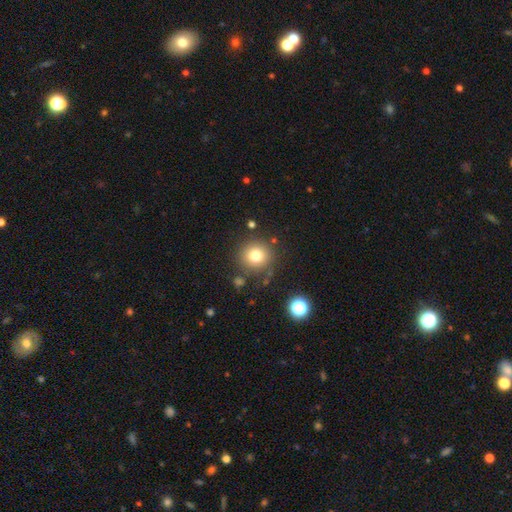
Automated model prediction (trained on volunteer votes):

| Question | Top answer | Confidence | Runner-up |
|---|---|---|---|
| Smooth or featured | smooth | 77% | star or artifact (13%) |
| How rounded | round | 93% | in between (6%) |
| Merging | none | 82% | minor disturbance (9%) |